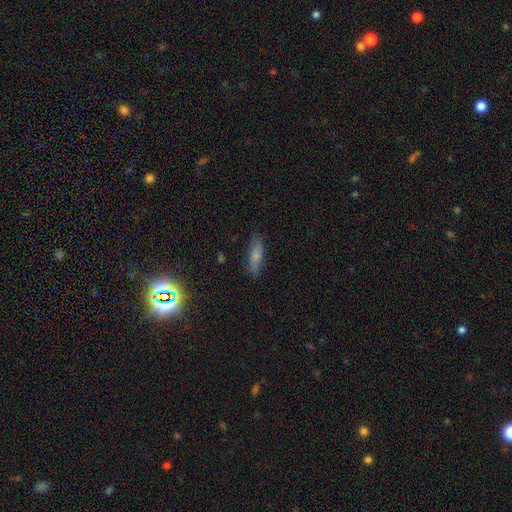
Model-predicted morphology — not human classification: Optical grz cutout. It shows a smooth galaxy with no disk features (69%) that is in between round and cigar-shaped (51%). Merging: none (77%).